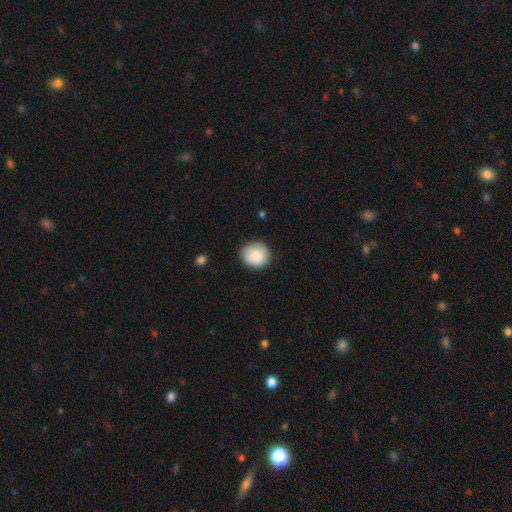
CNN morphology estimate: Q: Smooth or featured?
A: smooth (86%); runner-up: featured or disk (8%)
Q: How rounded?
A: round (80%); runner-up: in between (19%)
Q: Merging?
A: none (80%); runner-up: minor disturbance (15%)